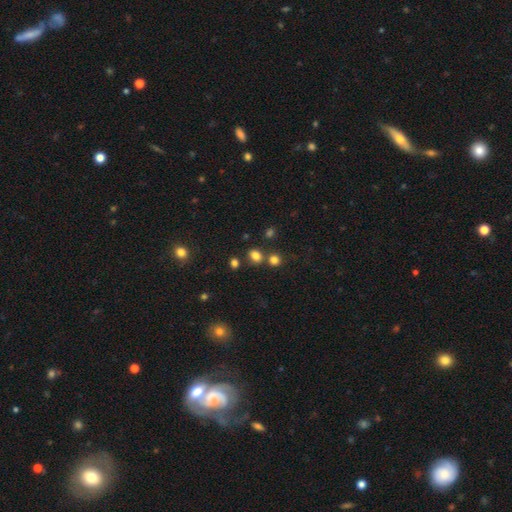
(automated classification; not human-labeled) smooth 78%, star or artifact 16%, featured or disk 6%. Down the decision tree: how rounded — round (58%); merging — none (72%).